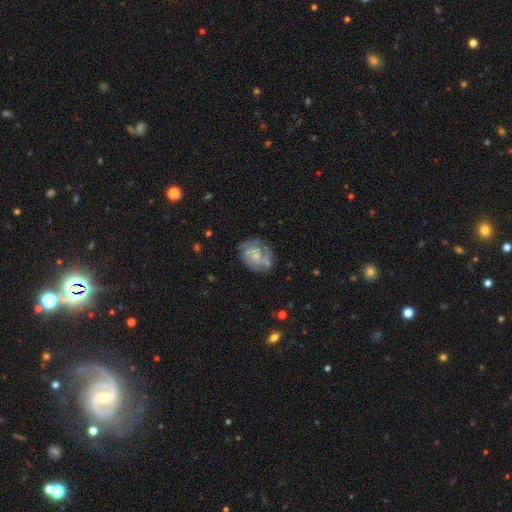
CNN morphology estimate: A featured or disk galaxy (75%) with no bar (65%), 2 (37%) tight (49%) spiral arms (90%) and a small central bulge (56%).

Vote fractions:
- Smooth or featured? featured or disk: 75% / smooth: 19% / star or artifact: 7%
- Edge-on disk? no: 98% / yes: 2%
- Bar? no: 65% / weak: 30% / strong: 4%
- Spiral arms? yes: 90% / no: 10%
- Spiral winding? tight: 49% / medium: 39% / loose: 12%
- Spiral arm count? 2: 37% / can't tell: 25% / 3: 23% / 4: 6% / 1: 5% / more than 4: 4%
- Bulge size? small: 56% / moderate: 26% / none: 14% / large: 2% / dominant: 1%
- Merging? none: 70% / minor disturbance: 19% / major disturbance: 8% / merger: 3%